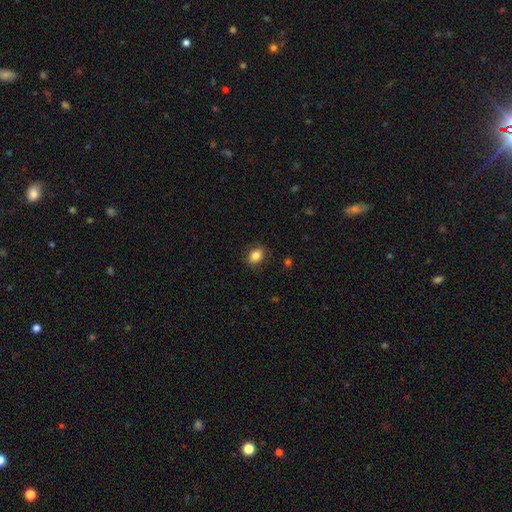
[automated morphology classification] Smooth or featured? smooth (84%)
How rounded? in between (69%)
Merging? none (86%)